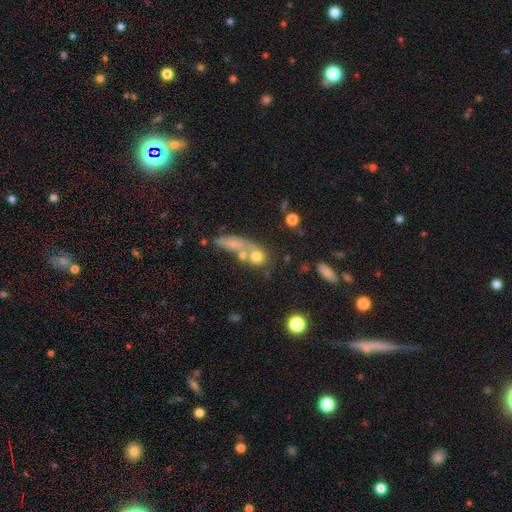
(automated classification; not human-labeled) This is likely a smooth galaxy (70%). How rounded: likely round (67%). Merging: marginally merger (44%).